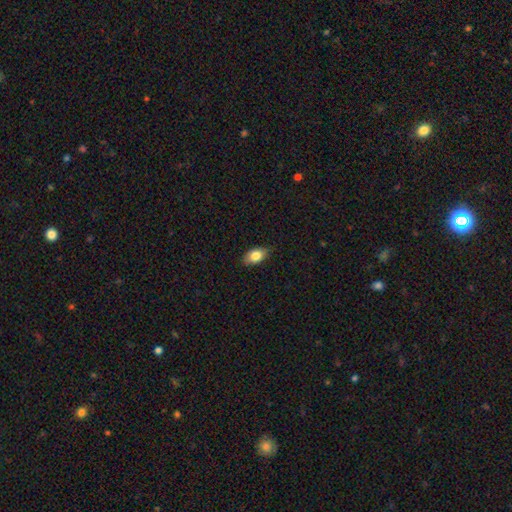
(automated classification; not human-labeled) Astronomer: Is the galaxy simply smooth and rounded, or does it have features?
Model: smooth — 81%.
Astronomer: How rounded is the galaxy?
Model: in between — 90%.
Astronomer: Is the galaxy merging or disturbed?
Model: none — 84%.